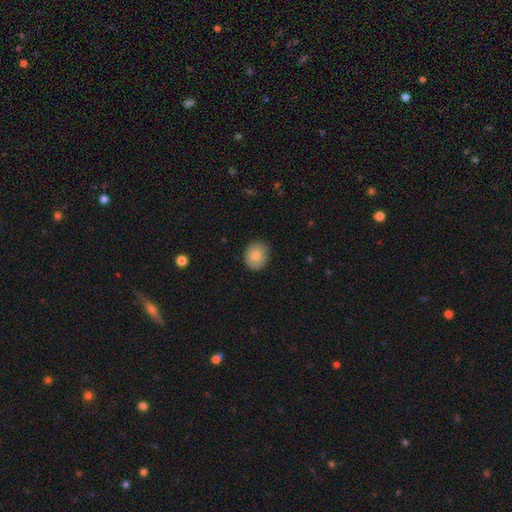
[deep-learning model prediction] This appears to be a smooth galaxy with no disk features (80%) that is round (75%). Merging: none (85%).